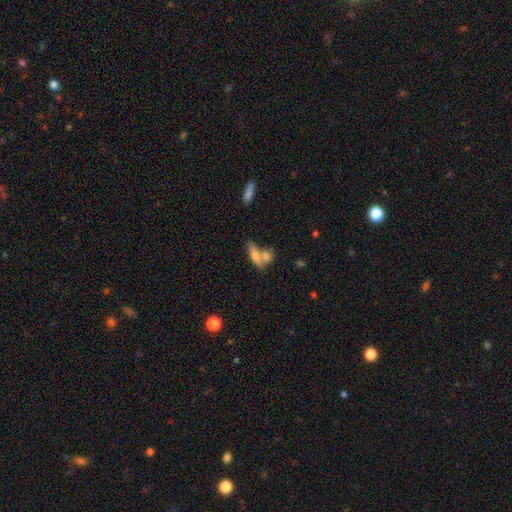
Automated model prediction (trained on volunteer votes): smooth-or-featured: smooth: 70% | featured or disk: 21% | star or artifact: 9%
  how-rounded: in between: 54% | cigar-shaped: 39% | round: 7%
  merging: merger: 49% | none: 36% | minor disturbance: 10% | major disturbance: 5%